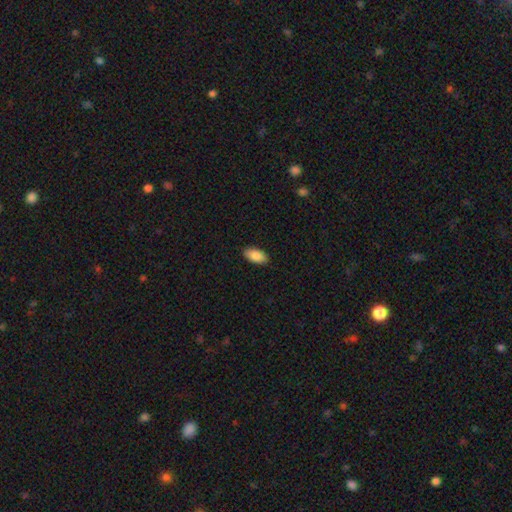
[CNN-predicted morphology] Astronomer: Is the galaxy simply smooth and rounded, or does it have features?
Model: smooth — 87%.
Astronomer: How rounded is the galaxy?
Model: in between — 94%.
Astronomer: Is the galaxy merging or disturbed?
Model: none — 89%.